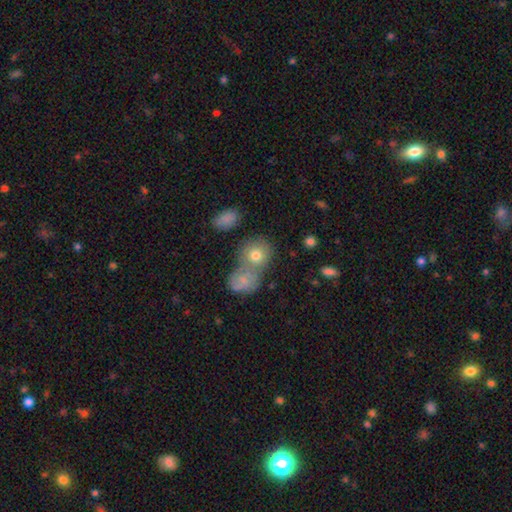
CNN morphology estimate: Smooth or featured?
  - smooth: 74% *
  - featured or disk: 15%
  - star or artifact: 11%
How rounded?
  - round: 73% *
  - in between: 26%
  - cigar-shaped: 1%
Merging?
  - merger: 46% *
  - none: 39%
  - minor disturbance: 9%
  - major disturbance: 5%